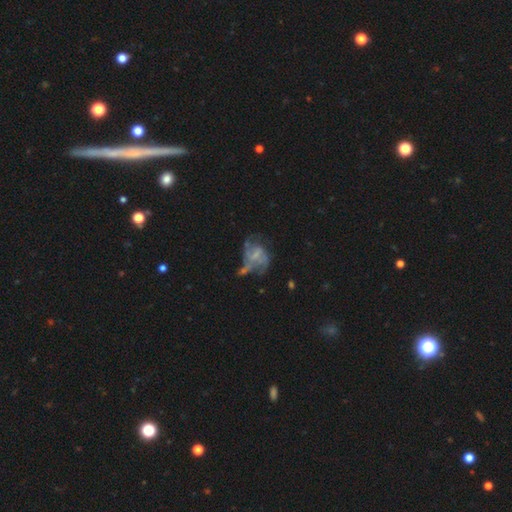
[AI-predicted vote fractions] A featured or disk galaxy (63%) with no bar (54%), spiral arms (53%) and no central bulge (51%). Merging: major disturbance (42%).